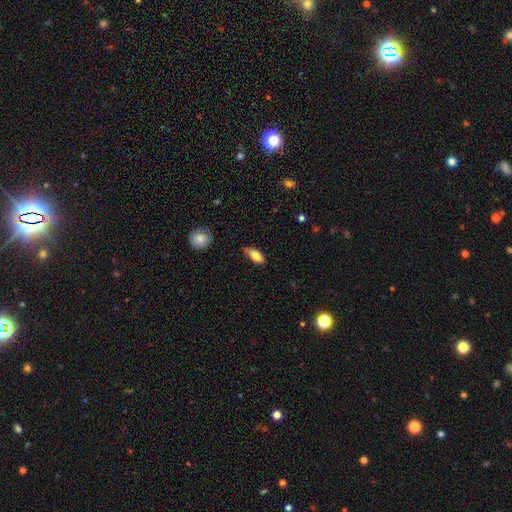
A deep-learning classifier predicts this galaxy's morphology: Smooth or featured? smooth (82%)
How rounded? in between (84%)
Merging? none (65%)